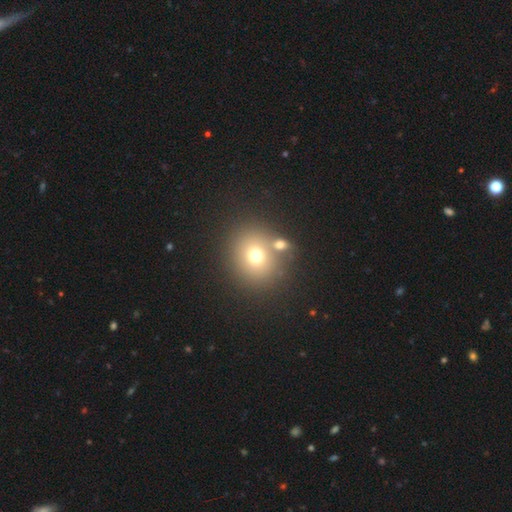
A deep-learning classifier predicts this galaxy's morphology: This appears to be a smooth galaxy with no disk features (70%) that is round (76%). Merging: none (66%).